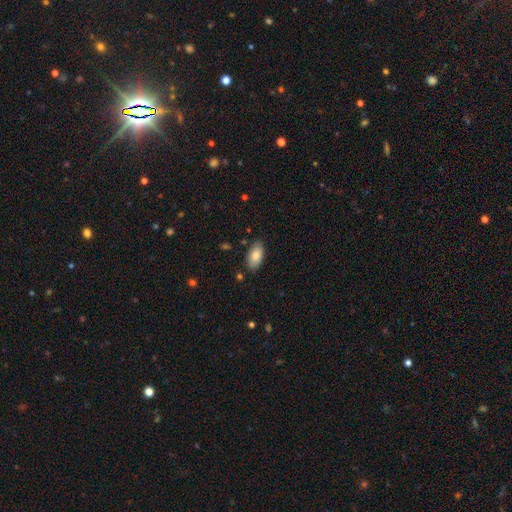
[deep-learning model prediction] smooth 82%, featured or disk 11%, star or artifact 6%. Down the decision tree: how rounded — in between (94%); merging — none (84%).